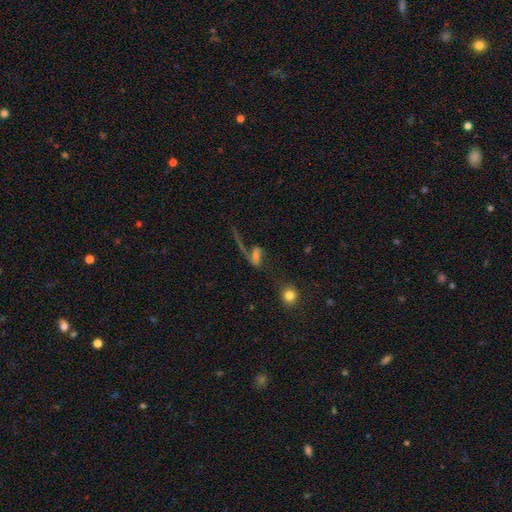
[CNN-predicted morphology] Smooth or featured?
  - featured or disk: 50% *
  - smooth: 30%
  - star or artifact: 20%
Edge-on disk?
  - no: 85% *
  - yes: 15%
Merging?
  - major disturbance: 38% *
  - none: 29%
  - merger: 20%
  - minor disturbance: 13%